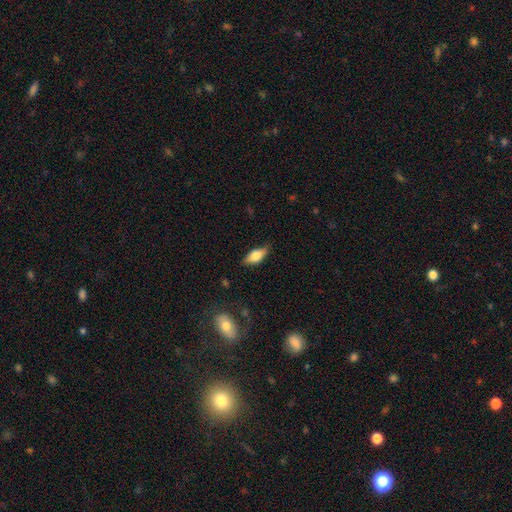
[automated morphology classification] Smooth or featured? smooth (69%)
How rounded? in between (79%)
Merging? none (80%)